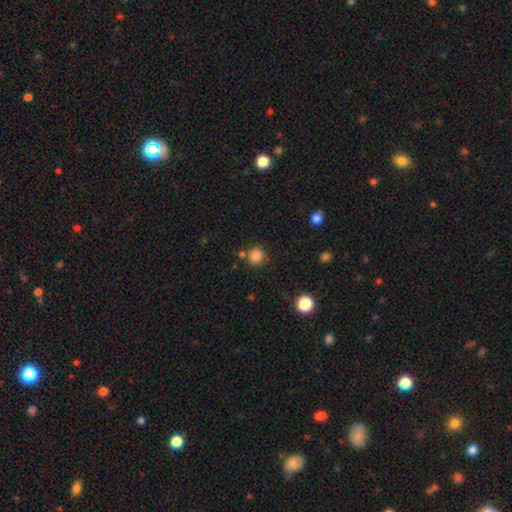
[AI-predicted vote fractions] Smooth or featured?
  - smooth: 84% *
  - star or artifact: 12%
  - featured or disk: 4%
How rounded?
  - round: 91% *
  - in between: 8%
  - cigar-shaped: 1%
Merging?
  - none: 77% *
  - minor disturbance: 10%
  - merger: 9%
  - major disturbance: 3%